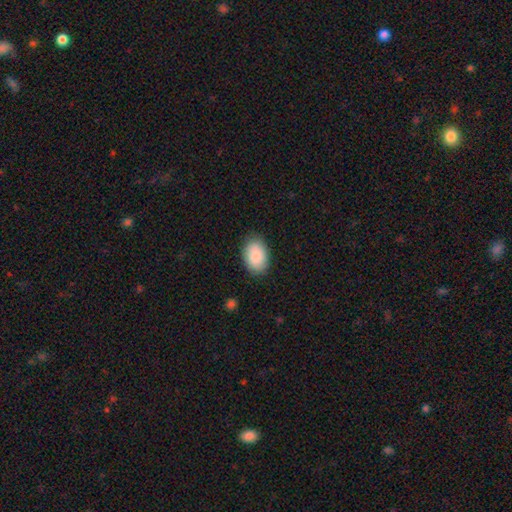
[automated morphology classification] smooth-or-featured: smooth: 89% | star or artifact: 6% | featured or disk: 6%
  how-rounded: in between: 87% | round: 11% | cigar-shaped: 1%
  merging: none: 84% | minor disturbance: 12% | major disturbance: 3% | merger: 1%